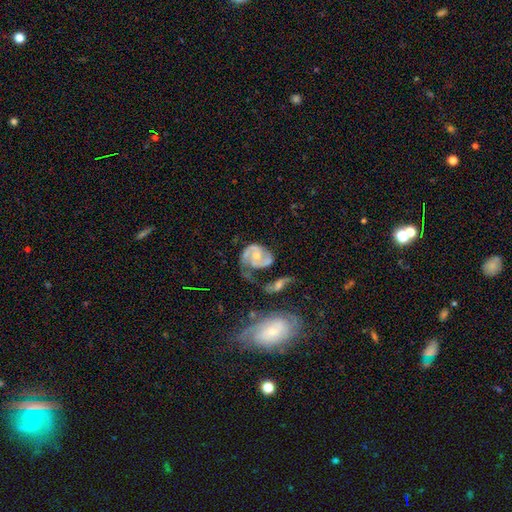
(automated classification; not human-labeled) The model was most divided on "bulge size" (2-way tie): small: 46%, moderate: 46%, none: 4%, large: 2%, dominant: 1%. Remaining: edge-on disk — no (98%); spiral arms — yes (93%); smooth or featured — featured or disk (83%); spiral arm count — 2 (77%); bar — no (64%); spiral winding — medium (46%); merging — none (33%).